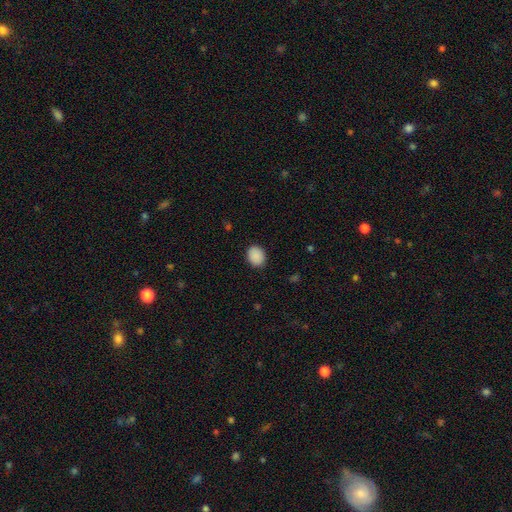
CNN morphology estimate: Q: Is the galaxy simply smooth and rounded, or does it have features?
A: smooth — 90%.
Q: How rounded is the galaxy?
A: in between — 50%, tied with round.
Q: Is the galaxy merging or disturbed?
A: none — 88%.